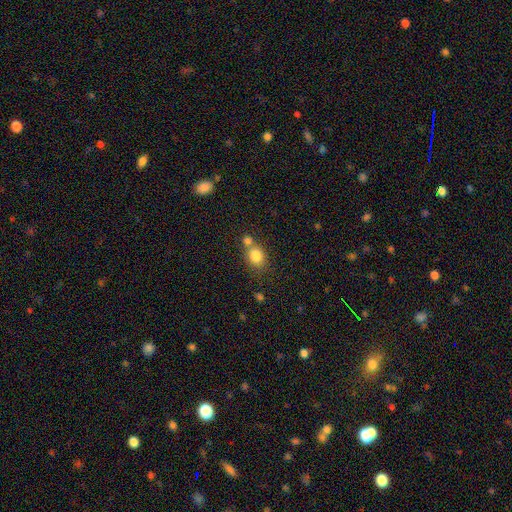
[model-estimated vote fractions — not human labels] A smooth galaxy with no disk features (83%) that is round (55%).

Vote fractions:
- Smooth or featured? smooth: 83% / star or artifact: 10% / featured or disk: 7%
- How rounded? round: 55% / in between: 44% / cigar-shaped: 1%
- Merging? none: 50% / merger: 35% / minor disturbance: 11% / major disturbance: 4%